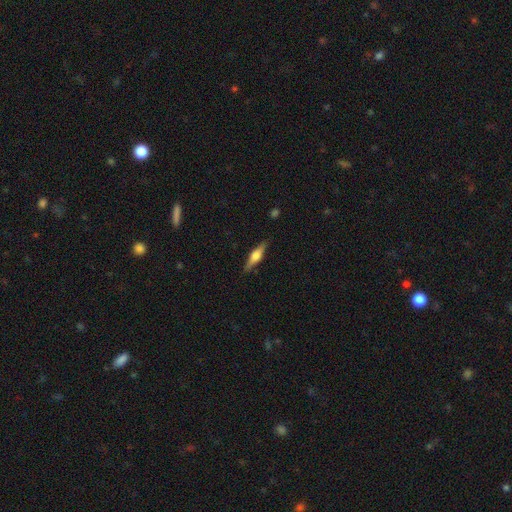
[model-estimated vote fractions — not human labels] featured or disk 58%, smooth 36%, star or artifact 6%. Down the decision tree: edge-on disk — yes (95%); edge-on bulge — rounded (86%); merging — none (87%).